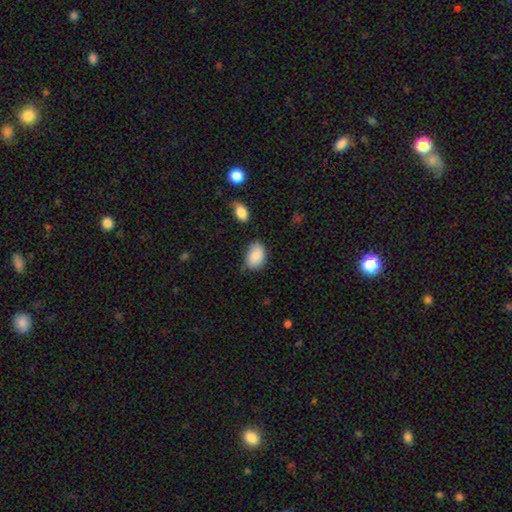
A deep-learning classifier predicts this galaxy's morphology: type=smooth (86%); roundness=in between (85%); merging=none (62%).